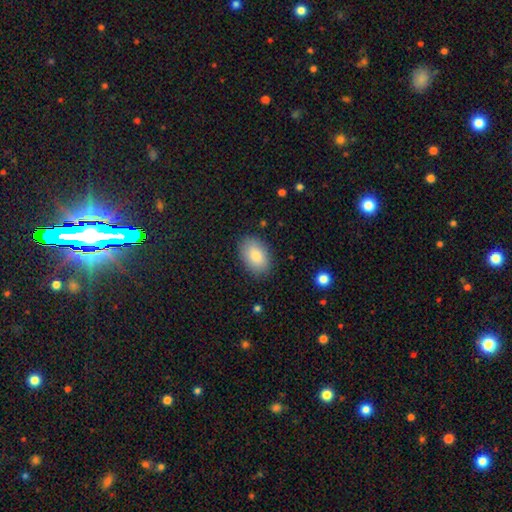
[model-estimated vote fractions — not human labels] This is clearly a smooth galaxy (84%). How rounded: clearly in between (88%). Merging: clearly none (86%).